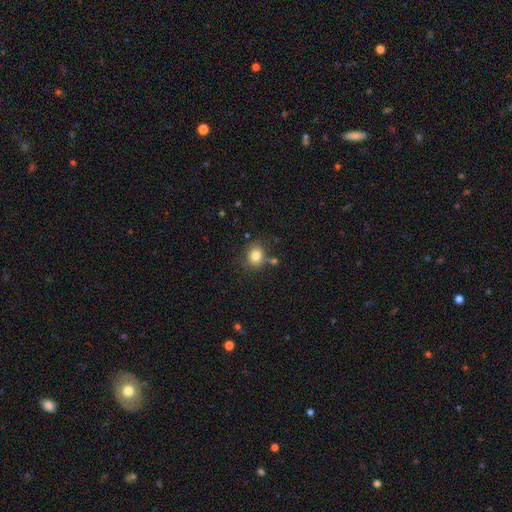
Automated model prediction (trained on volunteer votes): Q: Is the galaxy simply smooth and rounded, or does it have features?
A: smooth — 80%.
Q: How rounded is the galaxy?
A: round — 71%.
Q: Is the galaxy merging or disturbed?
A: none — 71%.